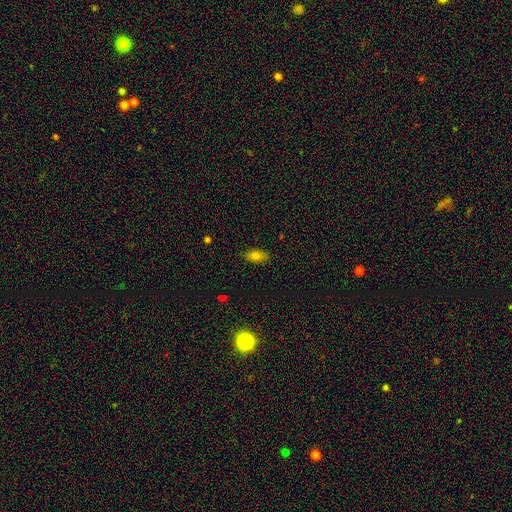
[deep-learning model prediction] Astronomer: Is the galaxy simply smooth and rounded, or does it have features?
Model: smooth — 80%.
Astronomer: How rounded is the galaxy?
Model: in between — 90%.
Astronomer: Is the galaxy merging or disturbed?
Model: none — 85%.